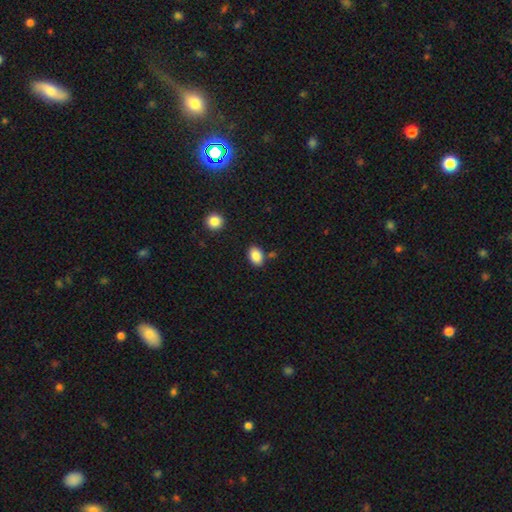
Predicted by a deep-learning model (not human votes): A smooth galaxy with no disk features (88%) that is in between round and cigar-shaped (83%).

Vote fractions:
- Smooth or featured? smooth: 88% / star or artifact: 8% / featured or disk: 4%
- How rounded? in between: 83% / round: 16% / cigar-shaped: 1%
- Merging? none: 82% / minor disturbance: 10% / merger: 5% / major disturbance: 3%